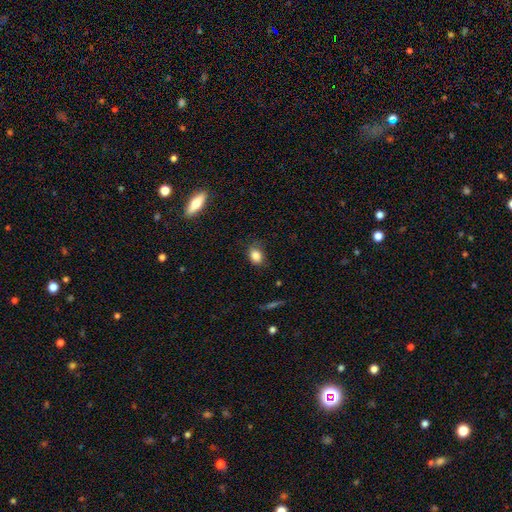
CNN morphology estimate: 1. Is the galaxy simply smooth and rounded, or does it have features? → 84% smooth, 9% star or artifact, 6% featured or disk.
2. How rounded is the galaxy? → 68% in between, 31% round, 2% cigar-shaped.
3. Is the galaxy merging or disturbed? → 71% none, 22% minor disturbance, 5% major disturbance, 1% merger.